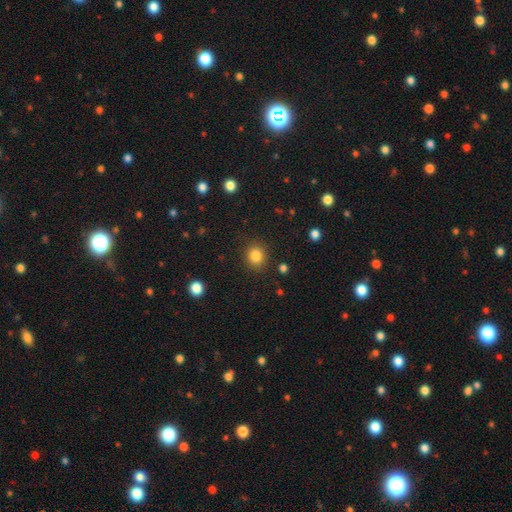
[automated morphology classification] Overall: smooth (84%). How rounded: round (84%). Merging: none (89%).